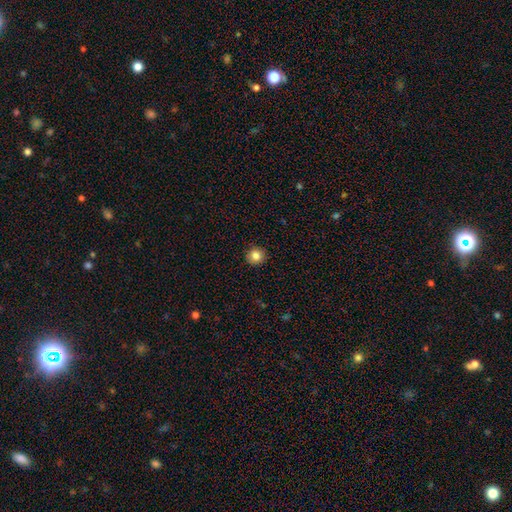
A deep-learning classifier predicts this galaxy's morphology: smooth_or_featured: smooth (p=0.85) [alt: star or artifact p=0.10]
how_rounded: round (p=0.93) [alt: in between p=0.06]
merging: none (p=0.92) [alt: minor disturbance p=0.05]